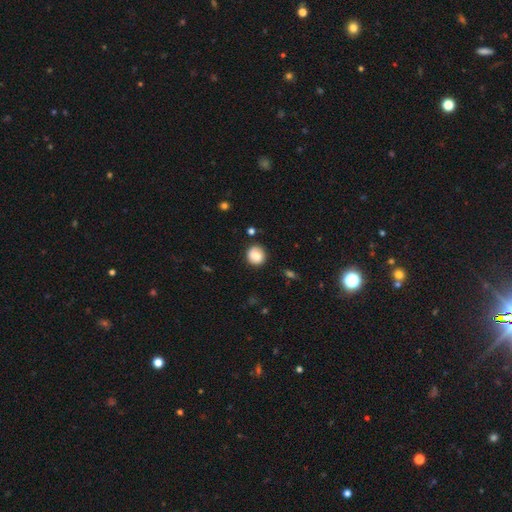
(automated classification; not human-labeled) Smooth or featured: smooth — 82% (featured or disk — 10%)
How rounded: round — 88% (in between — 11%)
Merging: none — 82% (minor disturbance — 13%)